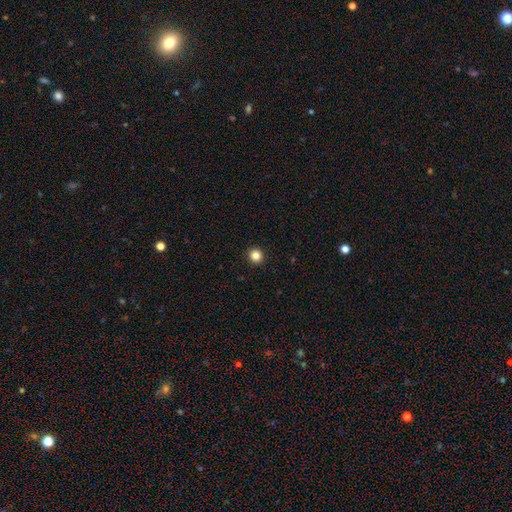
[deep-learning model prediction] Overall: smooth (83%). How rounded: round (95%). Merging: none (94%).